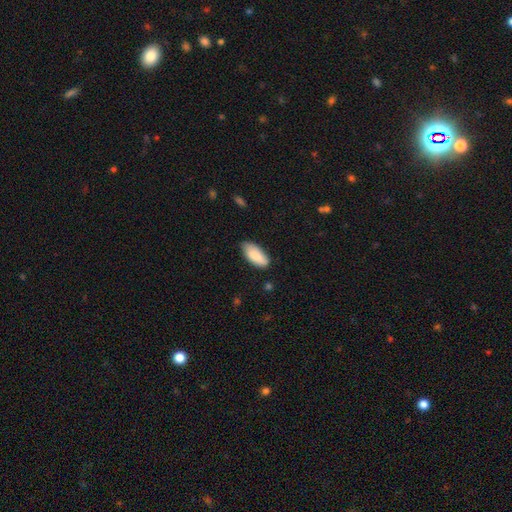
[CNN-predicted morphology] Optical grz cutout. It shows a smooth galaxy with no disk features (86%) that is in between round and cigar-shaped (88%). Merging: none (74%).